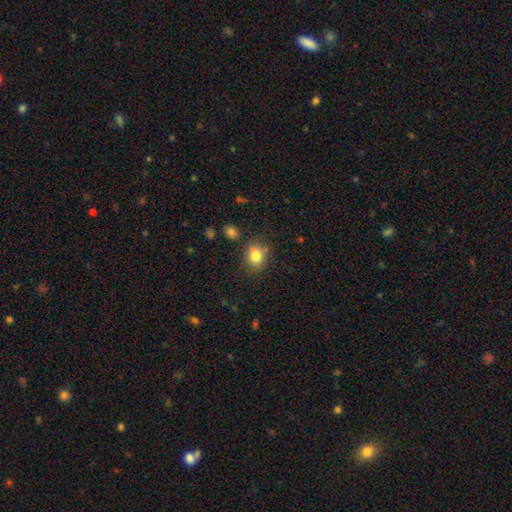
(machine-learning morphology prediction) Smooth or featured?
  - smooth: 81% *
  - star or artifact: 11%
  - featured or disk: 9%
How rounded?
  - round: 66% *
  - in between: 33%
  - cigar-shaped: 1%
Merging?
  - none: 77% *
  - minor disturbance: 15%
  - merger: 5%
  - major disturbance: 4%